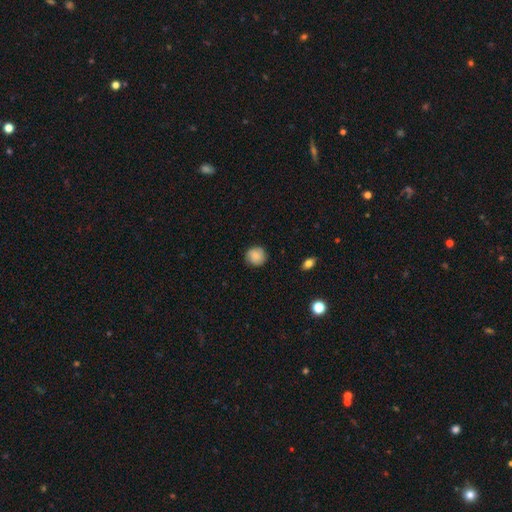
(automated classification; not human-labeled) Overall: smooth (86%). How rounded: round (91%). Merging: none (87%).